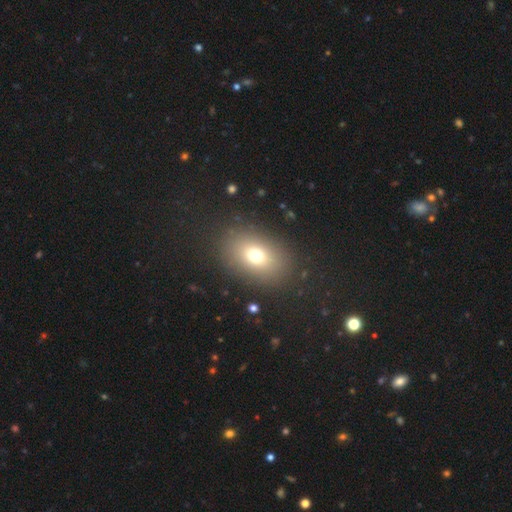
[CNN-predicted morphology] Smooth or featured?
  - smooth: 71% *
  - star or artifact: 16%
  - featured or disk: 14%
How rounded?
  - in between: 69% *
  - round: 29%
  - cigar-shaped: 1%
Merging?
  - none: 85% *
  - minor disturbance: 8%
  - major disturbance: 5%
  - merger: 1%